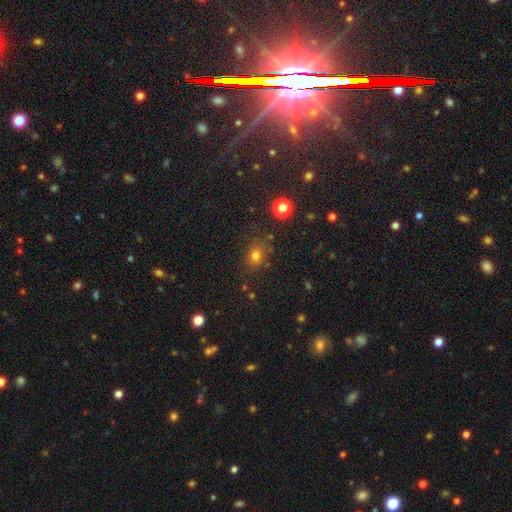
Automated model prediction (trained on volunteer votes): Morphology: type=smooth (75%); roundness=round (57%); merging=none (75%).